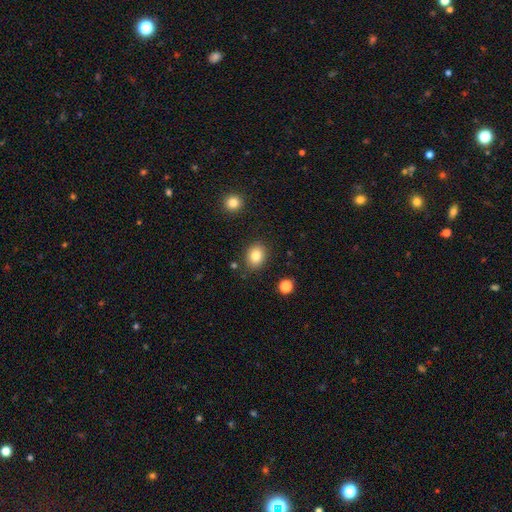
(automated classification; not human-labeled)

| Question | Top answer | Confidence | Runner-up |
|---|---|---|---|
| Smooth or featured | smooth | 82% | star or artifact (10%) |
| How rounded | round | 56% | in between (43%) |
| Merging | none | 85% | minor disturbance (10%) |